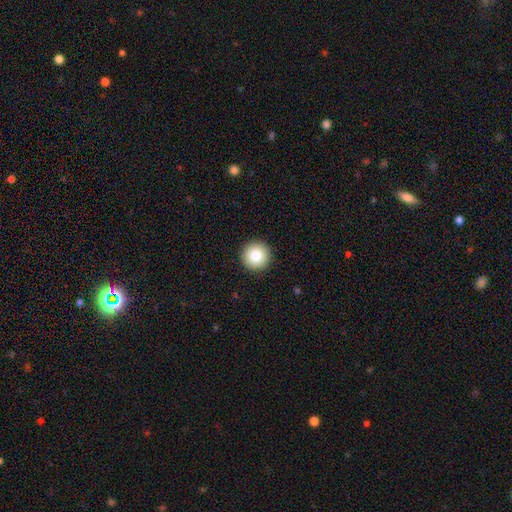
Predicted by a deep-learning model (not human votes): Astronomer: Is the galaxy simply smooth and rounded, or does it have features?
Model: smooth — 85%.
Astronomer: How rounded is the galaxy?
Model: round — 96%.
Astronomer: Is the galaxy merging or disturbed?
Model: none — 93%.